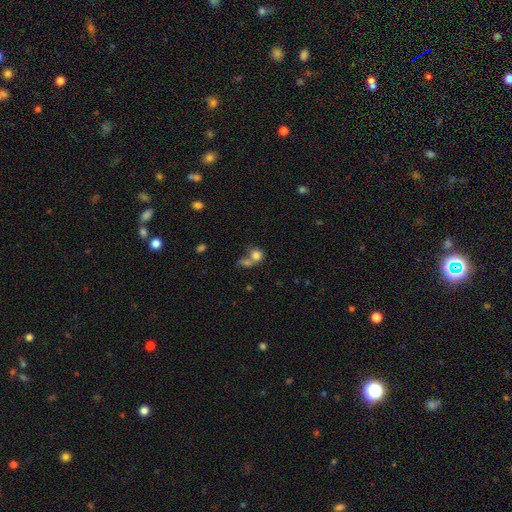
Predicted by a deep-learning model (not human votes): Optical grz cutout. It shows a smooth galaxy with no disk features (77%) that is round (73%). Merging: merger (51%).